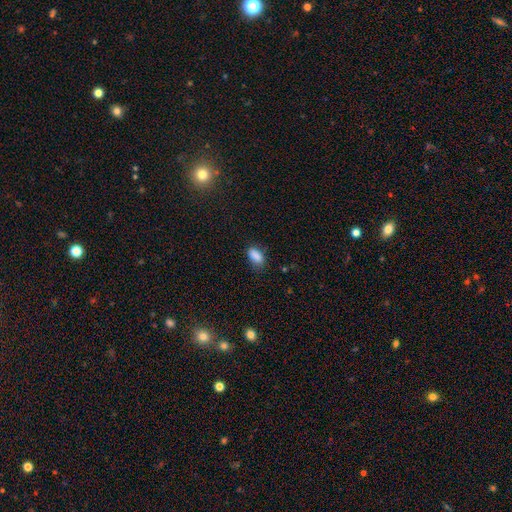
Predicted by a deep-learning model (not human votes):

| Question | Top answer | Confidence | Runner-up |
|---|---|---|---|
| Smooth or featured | smooth | 87% | star or artifact (9%) |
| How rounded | in between | 89% | round (6%) |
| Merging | none | 70% | minor disturbance (23%) |